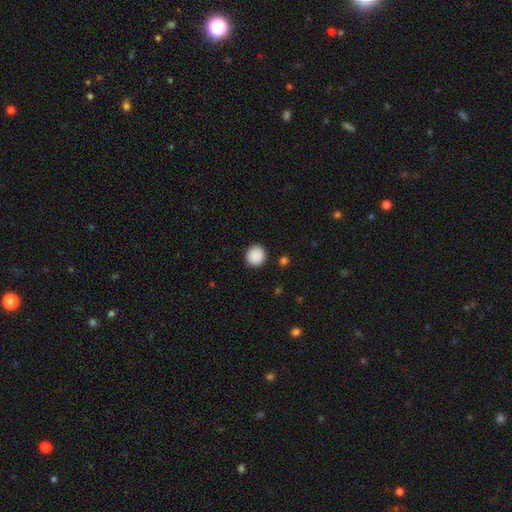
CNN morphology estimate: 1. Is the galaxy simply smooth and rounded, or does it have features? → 90% smooth, 8% star or artifact, 2% featured or disk.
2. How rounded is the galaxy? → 92% round, 7% in between, 1% cigar-shaped.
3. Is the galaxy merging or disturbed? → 92% none, 5% minor disturbance, 2% major disturbance, 1% merger.